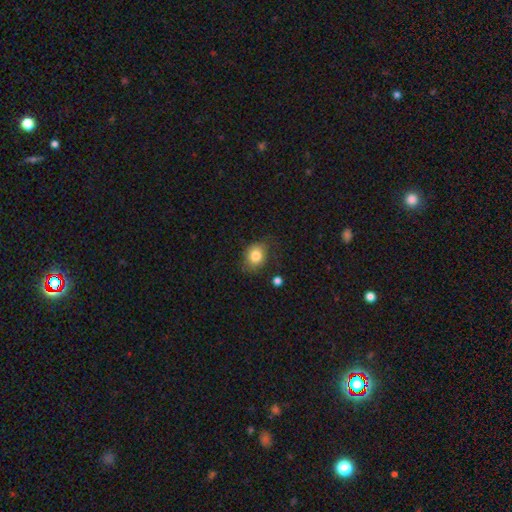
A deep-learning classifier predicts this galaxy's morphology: type=smooth (81%); roundness=round (54%); merging=none (70%).